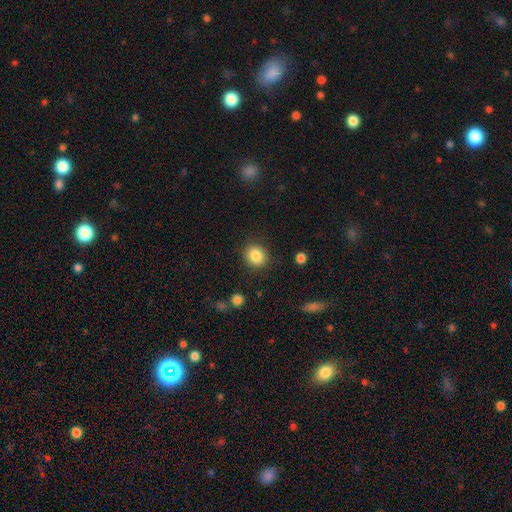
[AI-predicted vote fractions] Smooth or featured? smooth (85%)
How rounded? round (81%)
Merging? none (87%)